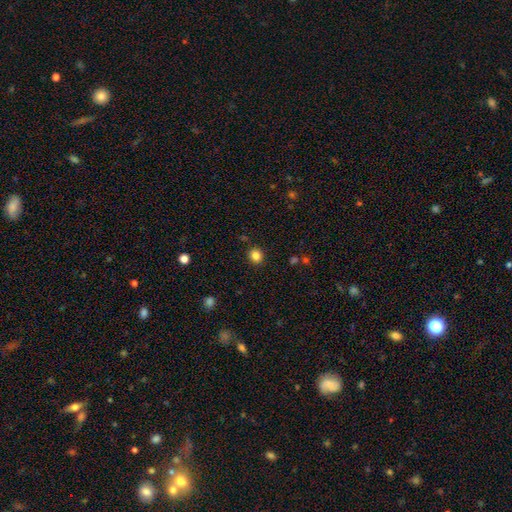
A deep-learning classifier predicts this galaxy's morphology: Smooth or featured: smooth — 84% (star or artifact — 12%)
How rounded: round — 86% (in between — 14%)
Merging: none — 90% (minor disturbance — 6%)